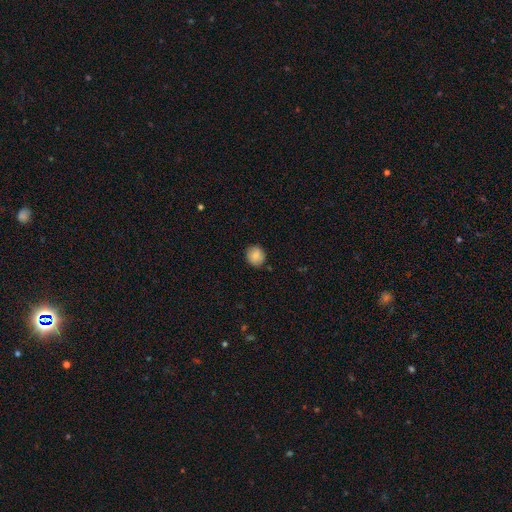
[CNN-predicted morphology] This appears to be a smooth galaxy with no disk features (84%) that is round (85%). Merging: none (86%).